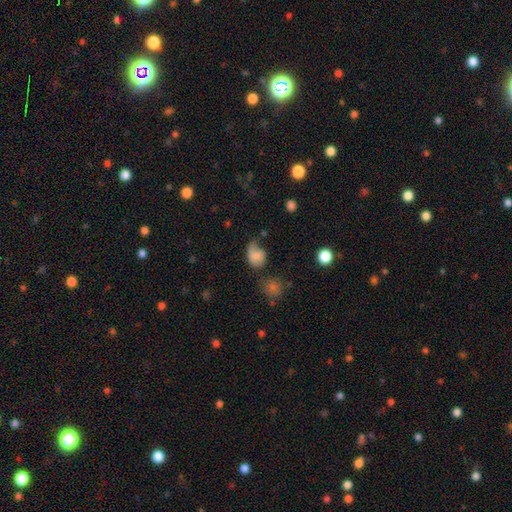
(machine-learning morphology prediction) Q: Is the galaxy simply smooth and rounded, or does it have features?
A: smooth — 72%.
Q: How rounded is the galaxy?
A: in between — 63%.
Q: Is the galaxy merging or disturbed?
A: minor disturbance — 37%.